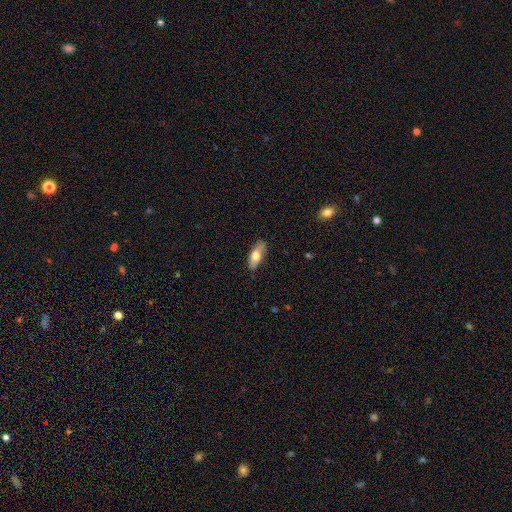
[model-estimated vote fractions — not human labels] This appears to be a smooth galaxy with no disk features (68%) that is in between round and cigar-shaped (77%). Merging: none (82%).